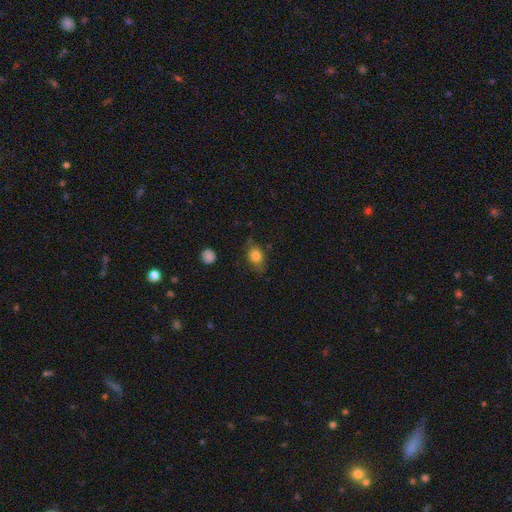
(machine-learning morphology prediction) Smooth or featured: smooth — 76% (featured or disk — 14%)
How rounded: in between — 70% (round — 25%)
Merging: none — 70% (minor disturbance — 22%)